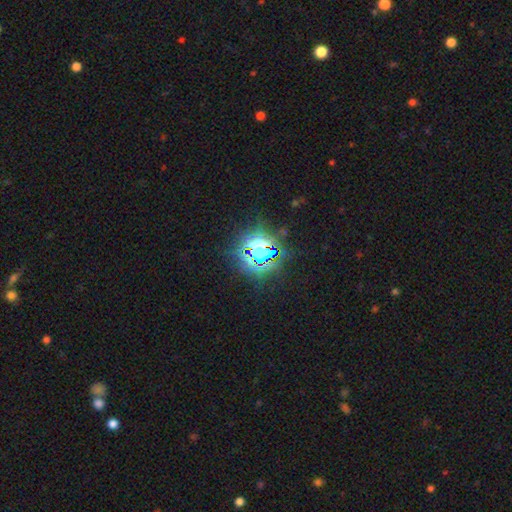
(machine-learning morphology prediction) This is likely a star or artifact rather than a galaxy (74%).